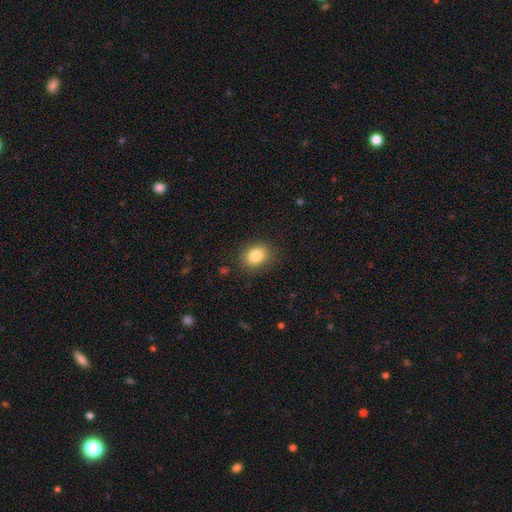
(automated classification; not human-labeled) The model was most divided on "how rounded": in between: 57%, round: 42%, cigar-shaped: 1%. More confident: merging — none (86%); smooth or featured — smooth (84%).